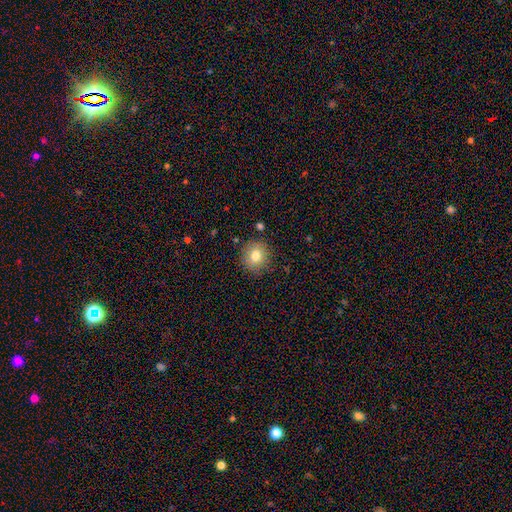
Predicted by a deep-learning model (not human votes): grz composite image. It shows a smooth galaxy with no disk features (79%) that is round (89%). Merging: none (87%).